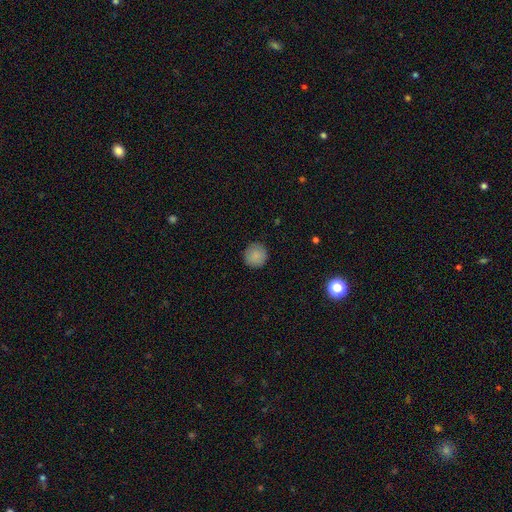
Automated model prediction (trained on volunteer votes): Smooth or featured? Predicted: smooth (p=0.87). How rounded? Predicted: round (p=0.95). Merging? Predicted: none (p=0.90).